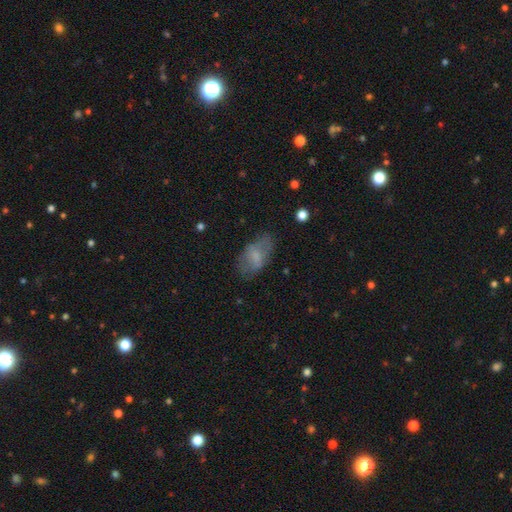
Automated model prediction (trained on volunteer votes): A smooth galaxy with no disk features (65%) that is in between round and cigar-shaped (91%). Merging: none (66%).